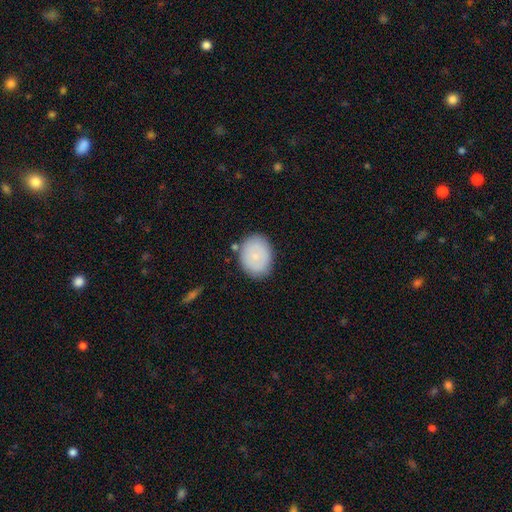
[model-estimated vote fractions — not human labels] Smooth or featured: smooth — 76% (featured or disk — 18%)
How rounded: in between — 63% (round — 36%)
Merging: none — 79% (minor disturbance — 15%)